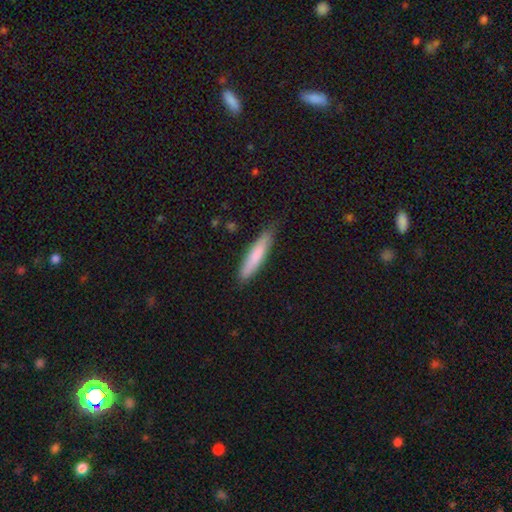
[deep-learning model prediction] Smooth or featured?
  - smooth: 77% *
  - featured or disk: 17%
  - star or artifact: 6%
How rounded?
  - cigar-shaped: 87% *
  - in between: 12%
  - round: 1%
Merging?
  - none: 81% *
  - minor disturbance: 16%
  - major disturbance: 2%
  - merger: 1%